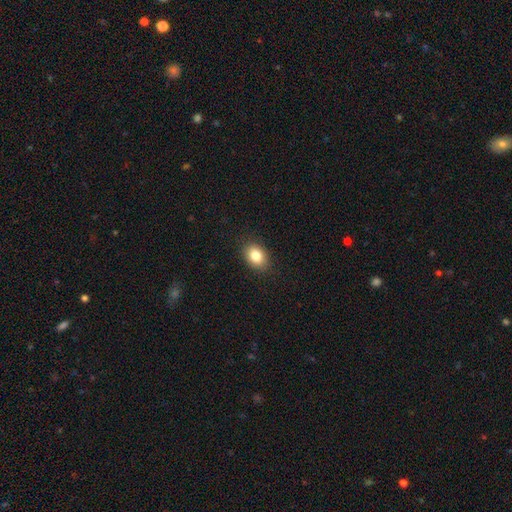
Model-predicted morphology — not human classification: Smooth or featured? Predicted: smooth (p=0.84). How rounded? Predicted: in between (p=0.71). Merging? Predicted: none (p=0.88).